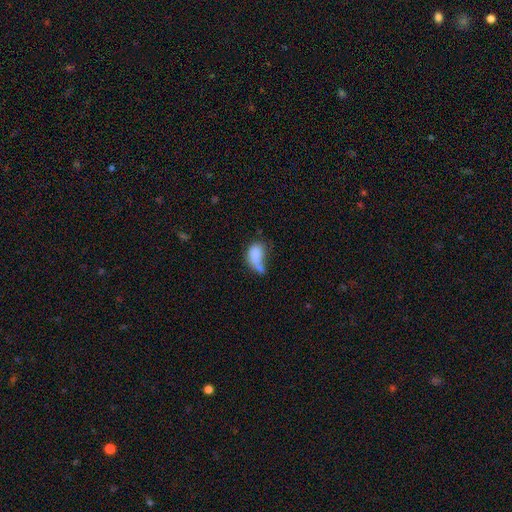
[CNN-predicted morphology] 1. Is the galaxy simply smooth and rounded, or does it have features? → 76% smooth, 15% featured or disk, 9% star or artifact.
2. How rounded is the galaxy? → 82% in between, 16% round, 2% cigar-shaped.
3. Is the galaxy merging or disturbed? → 39% merger, 22% major disturbance, 21% none, 17% minor disturbance.